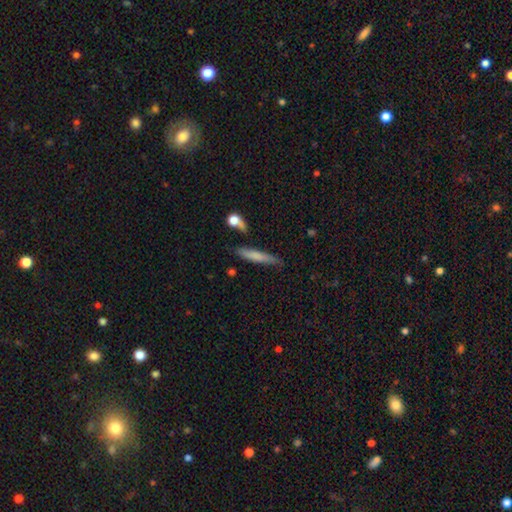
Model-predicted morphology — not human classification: The model was most divided on "smooth or featured": smooth: 69%, featured or disk: 25%, star or artifact: 6%. More confident: how rounded — cigar-shaped (89%); merging — none (71%).